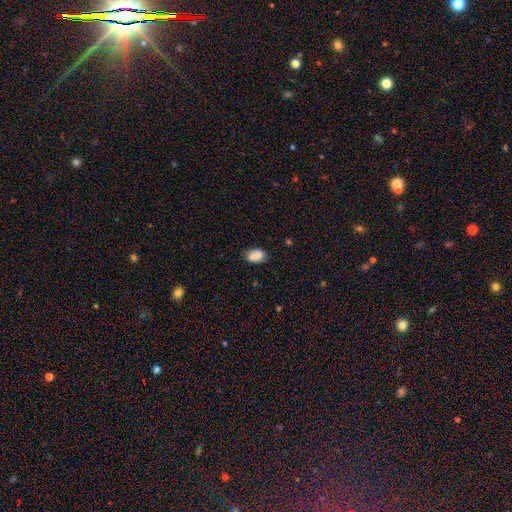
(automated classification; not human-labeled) A smooth galaxy with no disk features (87%) that is in between round and cigar-shaped (88%). Merging: none (79%).